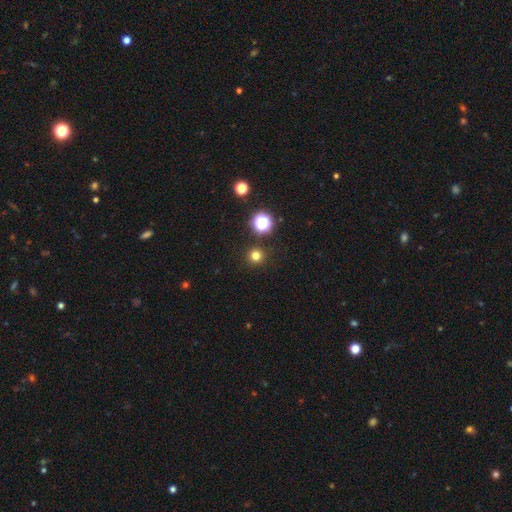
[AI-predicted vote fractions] Q: Smooth or featured?
A: smooth (76%); runner-up: star or artifact (19%)
Q: How rounded?
A: round (96%); runner-up: in between (3%)
Q: Merging?
A: none (91%); runner-up: minor disturbance (5%)